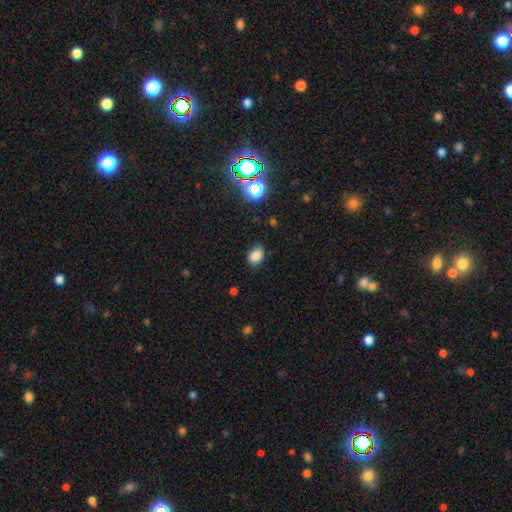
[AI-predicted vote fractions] This appears to be a smooth galaxy with no disk features (81%) that is in between round and cigar-shaped (72%). Merging: none (73%).